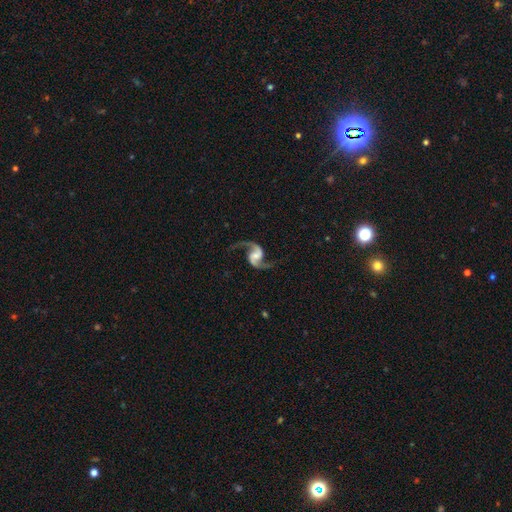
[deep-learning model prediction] Smooth or featured?
  - featured or disk: 93% *
  - star or artifact: 4%
  - smooth: 3%
Edge-on disk?
  - no: 98% *
  - yes: 2%
Bar?
  - weak: 41% *
  - no: 40%
  - strong: 19%
Spiral arms?
  - yes: 98% *
  - no: 2%
Spiral winding?
  - loose: 67% *
  - medium: 28%
  - tight: 5%
Spiral arm count?
  - 2: 95% *
  - 1: 1%
  - can't tell: 1%
  - 3: 1%
  - 4: 1%
  - more than 4: 1%
Bulge size?
  - small: 40% *
  - moderate: 37%
  - none: 13%
  - large: 8%
  - dominant: 2%
Merging?
  - none: 81% *
  - minor disturbance: 11%
  - major disturbance: 7%
  - merger: 2%